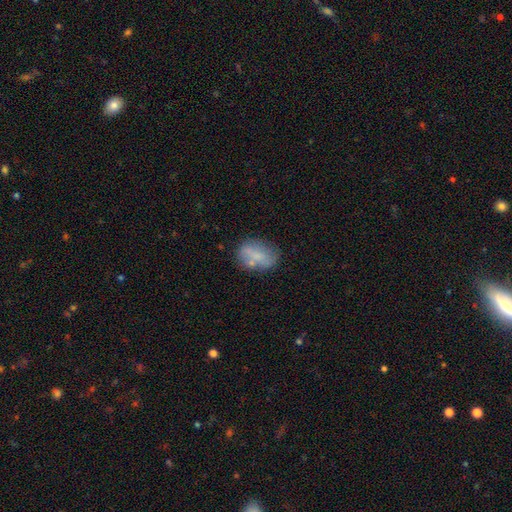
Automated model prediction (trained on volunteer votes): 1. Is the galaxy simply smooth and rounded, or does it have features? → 64% smooth, 28% featured or disk, 9% star or artifact.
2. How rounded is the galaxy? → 80% in between, 17% round, 3% cigar-shaped.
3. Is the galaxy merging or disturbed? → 57% none, 23% minor disturbance, 11% merger, 9% major disturbance.